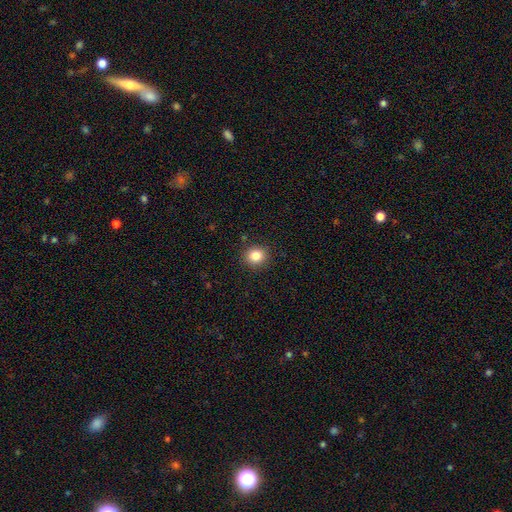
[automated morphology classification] smooth_or_featured: smooth (p=0.84) [alt: star or artifact p=0.11]
how_rounded: round (p=0.83) [alt: in between p=0.16]
merging: none (p=0.90) [alt: minor disturbance p=0.07]